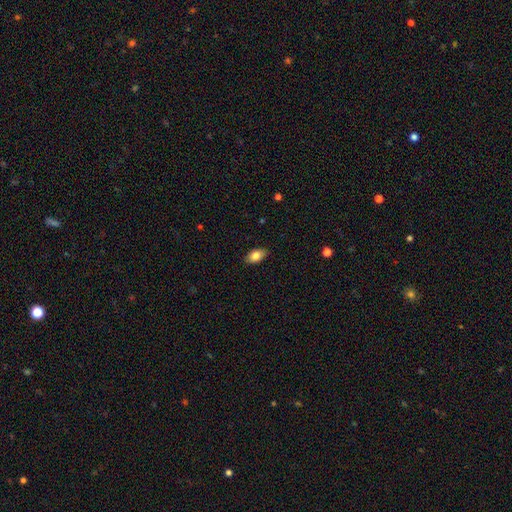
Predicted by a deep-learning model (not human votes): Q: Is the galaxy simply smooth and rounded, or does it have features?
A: smooth — 82%.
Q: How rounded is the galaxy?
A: in between — 91%.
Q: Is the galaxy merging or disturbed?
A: none — 88%.